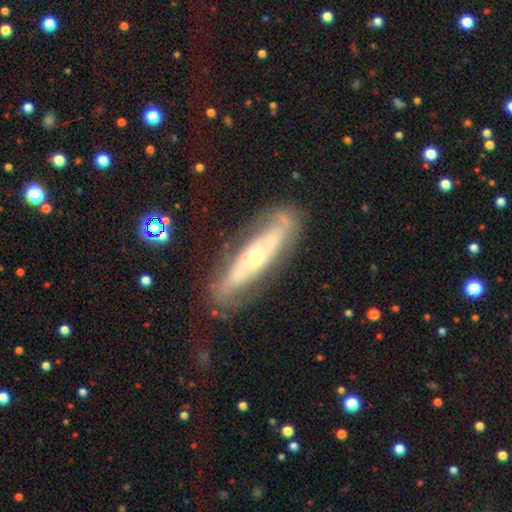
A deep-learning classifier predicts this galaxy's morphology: This is likely a featured or disk galaxy (71%). It is likely not viewed edge-on (67%). Merging: likely none (74%).